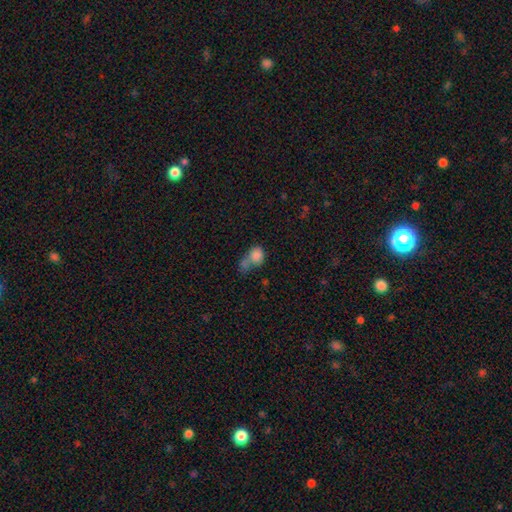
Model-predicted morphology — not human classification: smooth_or_featured: smooth (p=0.81) [alt: star or artifact p=0.10]
how_rounded: round (p=0.60) [alt: in between p=0.38]
merging: merger (p=0.49) [alt: none p=0.27]